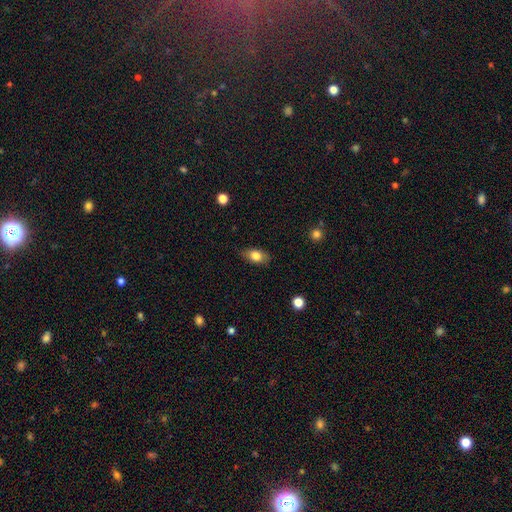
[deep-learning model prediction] Q: Smooth or featured?
A: smooth (80%); runner-up: featured or disk (12%)
Q: How rounded?
A: in between (86%); runner-up: round (10%)
Q: Merging?
A: none (82%); runner-up: minor disturbance (14%)